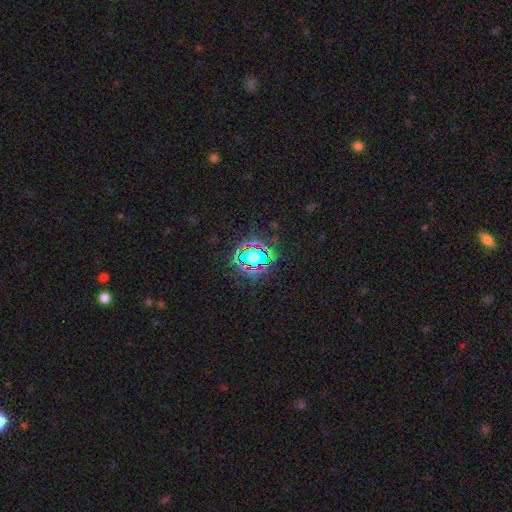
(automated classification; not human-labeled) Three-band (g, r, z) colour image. It shows a star or artifact, not a galaxy (64%).